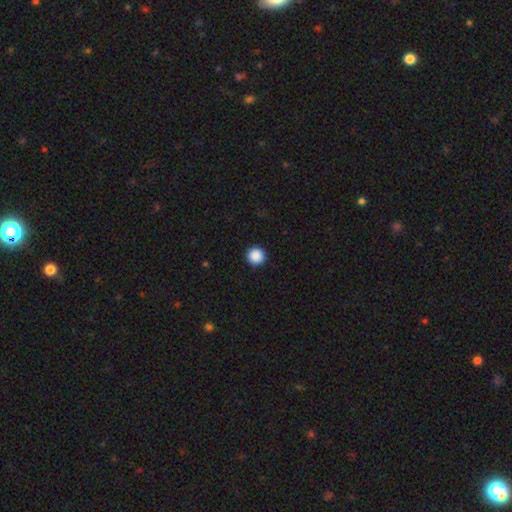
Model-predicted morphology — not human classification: This is clearly a smooth galaxy (89%). How rounded: clearly round (96%). Merging: clearly none (93%).